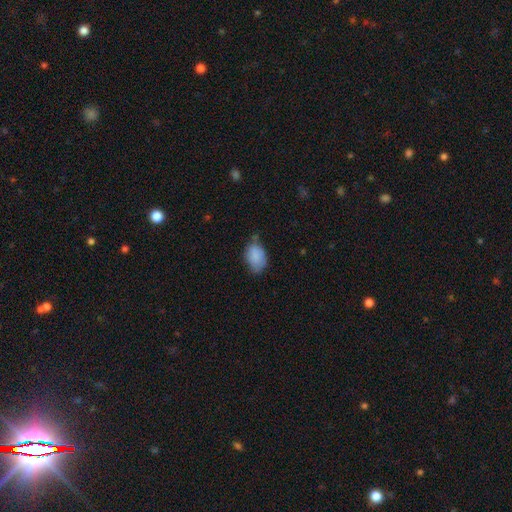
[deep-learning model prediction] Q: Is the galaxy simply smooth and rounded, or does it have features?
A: smooth — 84%.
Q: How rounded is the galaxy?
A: in between — 86%.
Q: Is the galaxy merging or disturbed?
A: none — 51%.